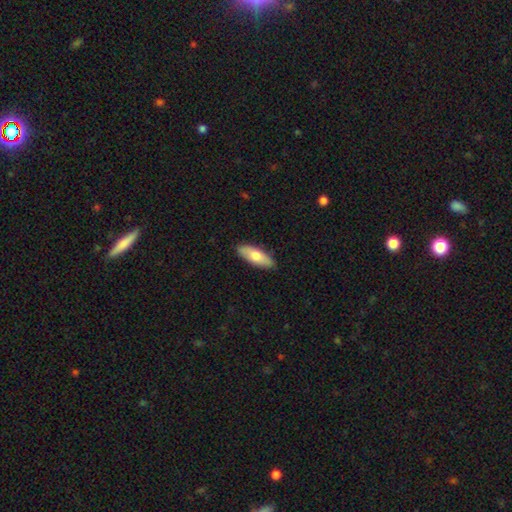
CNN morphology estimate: This is likely a smooth galaxy (72%). How rounded: likely in between (70%). Merging: clearly none (89%).